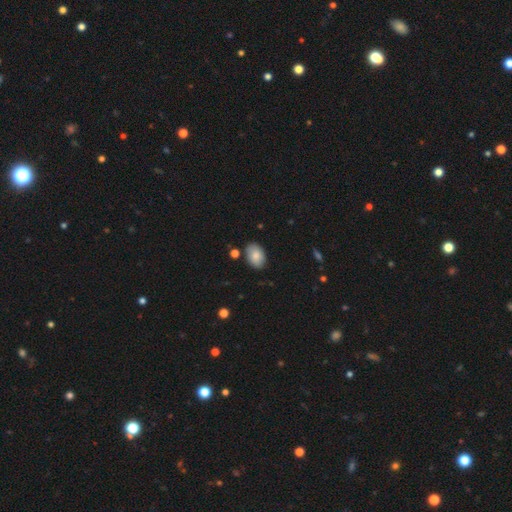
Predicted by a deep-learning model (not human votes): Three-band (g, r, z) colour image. It shows a smooth galaxy with no disk features (84%) that is in between round and cigar-shaped (87%). Merging: none (83%).